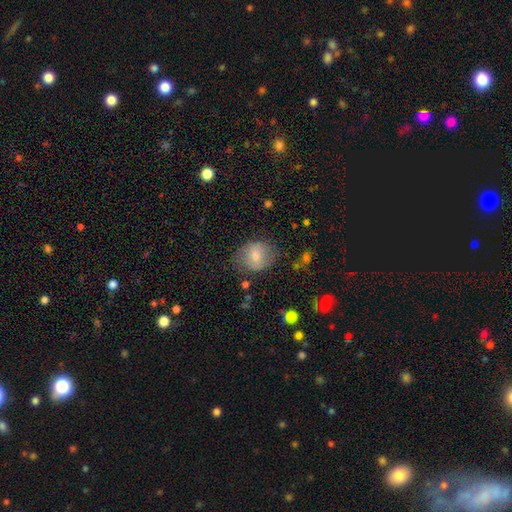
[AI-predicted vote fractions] smooth 65%, featured or disk 27%, star or artifact 8%. Down the decision tree: how rounded — round (55%); merging — none (71%).